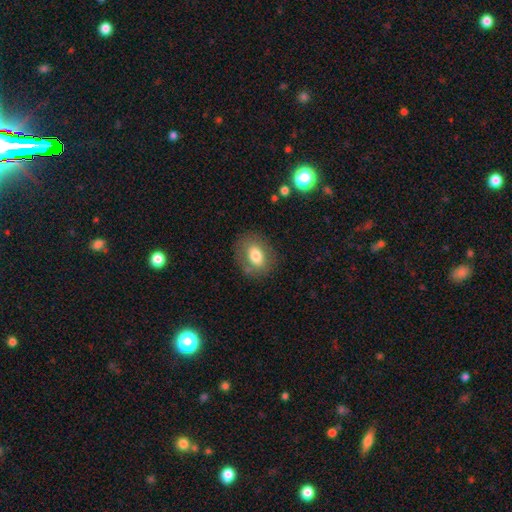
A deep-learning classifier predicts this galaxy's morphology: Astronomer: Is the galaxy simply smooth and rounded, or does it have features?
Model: smooth — 72%.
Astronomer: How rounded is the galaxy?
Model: in between — 69%.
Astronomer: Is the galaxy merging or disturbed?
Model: none — 79%.